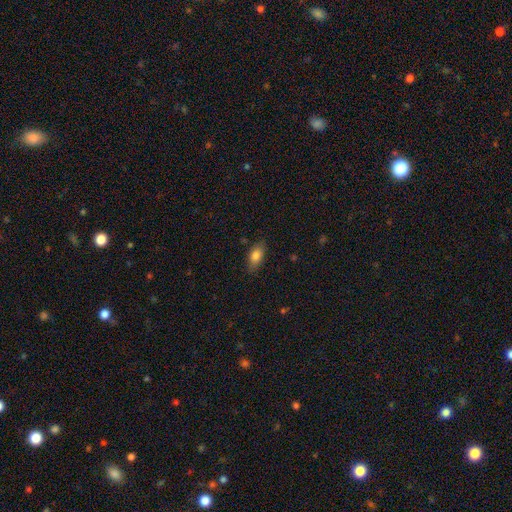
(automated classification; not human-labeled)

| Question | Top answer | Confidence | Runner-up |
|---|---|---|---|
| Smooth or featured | smooth | 81% | featured or disk (11%) |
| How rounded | in between | 86% | cigar-shaped (8%) |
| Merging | none | 81% | minor disturbance (14%) |